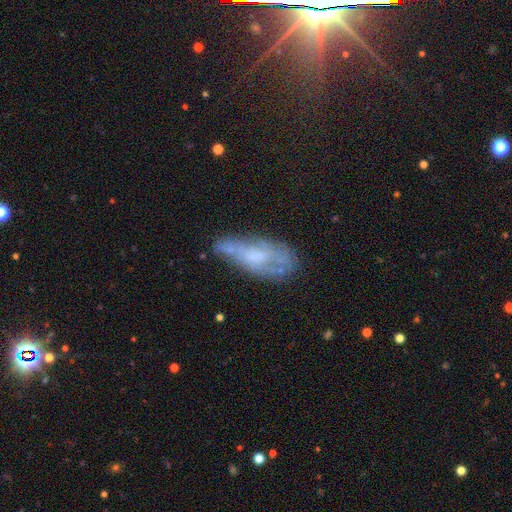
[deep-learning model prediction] featured or disk 50%, smooth 39%, star or artifact 11%. Down the decision tree: merging — none (44%).